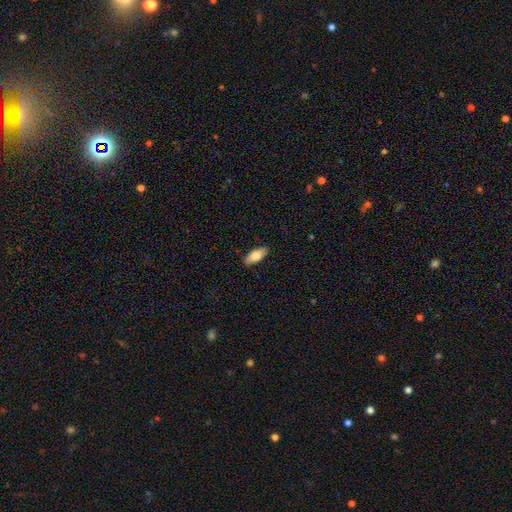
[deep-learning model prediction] Smooth or featured?
  - smooth: 76% *
  - featured or disk: 18%
  - star or artifact: 6%
How rounded?
  - in between: 79% *
  - cigar-shaped: 18%
  - round: 2%
Merging?
  - none: 89% *
  - minor disturbance: 8%
  - major disturbance: 2%
  - merger: 1%